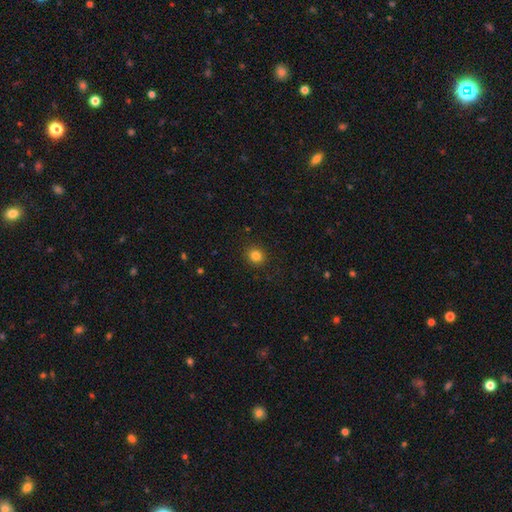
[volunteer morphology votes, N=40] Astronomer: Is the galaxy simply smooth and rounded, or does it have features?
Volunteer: smooth — 88%.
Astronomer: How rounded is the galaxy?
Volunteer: round — 94%.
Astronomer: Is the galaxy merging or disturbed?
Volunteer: none — 89%.